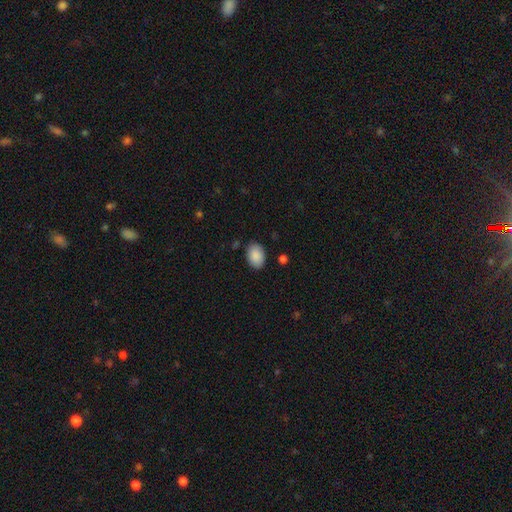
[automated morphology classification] Smooth or featured? smooth (89%)
How rounded? in between (83%)
Merging? none (85%)